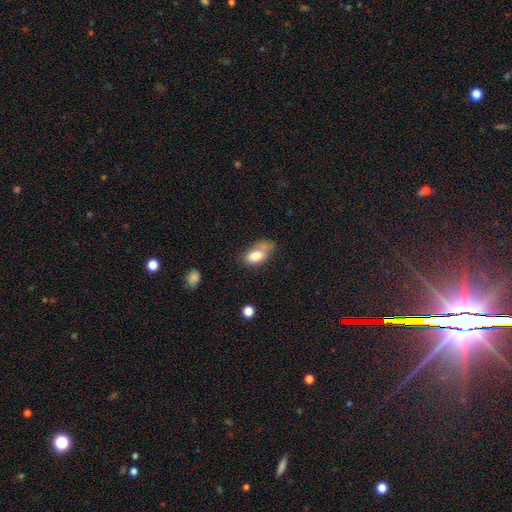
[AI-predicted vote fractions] Smooth or featured? Predicted: smooth (p=0.78). How rounded? Predicted: in between (p=0.90). Merging? Predicted: minor disturbance (p=0.33).